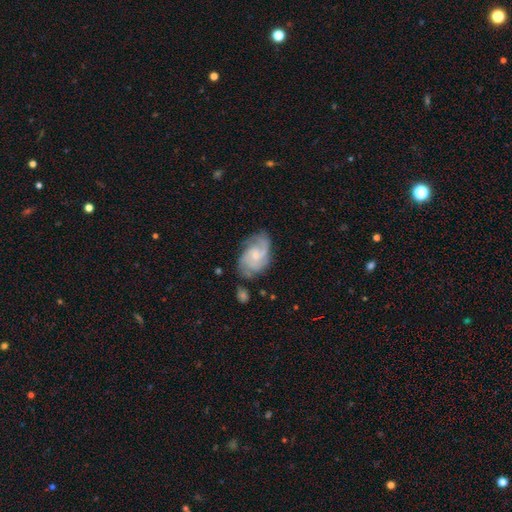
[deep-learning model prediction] smooth-or-featured: featured or disk: 78% | smooth: 16% | star or artifact: 6%
  disk-edge-on: no: 97% | yes: 3%
    bar: no: 64% | weak: 32% | strong: 4%
    has-spiral-arms: yes: 95% | no: 5%
      spiral-winding: medium: 44% | tight: 42% | loose: 15%
      spiral-arm-count: 3: 31% | 2: 28% | can't tell: 23% | 4: 8% | 1: 5% | more than 4: 4%
    bulge-size: small: 65% | moderate: 28% | none: 5% | large: 2% | dominant: 1%
  merging: none: 66% | minor disturbance: 22% | major disturbance: 8% | merger: 3%